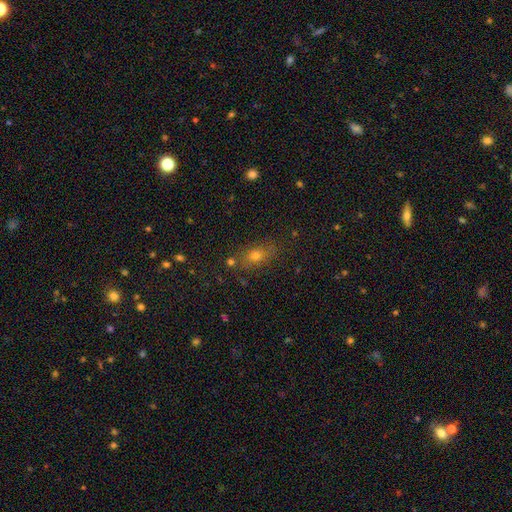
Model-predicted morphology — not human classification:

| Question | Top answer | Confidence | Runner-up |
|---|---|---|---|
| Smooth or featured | smooth | 65% | star or artifact (21%) |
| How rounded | in between | 63% | round (29%) |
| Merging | none | 78% | minor disturbance (13%) |